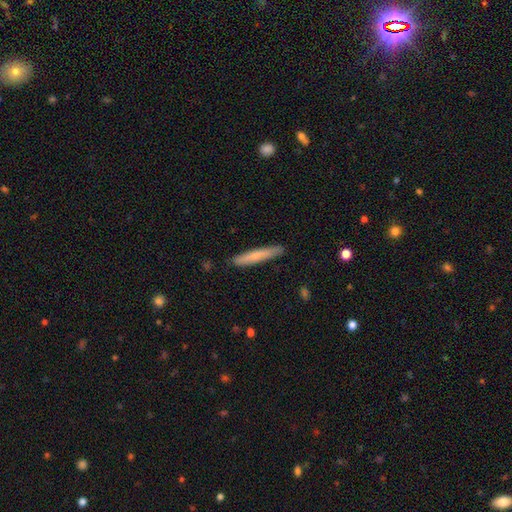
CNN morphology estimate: Smooth or featured? smooth (68%)
How rounded? cigar-shaped (94%)
Merging? none (88%)